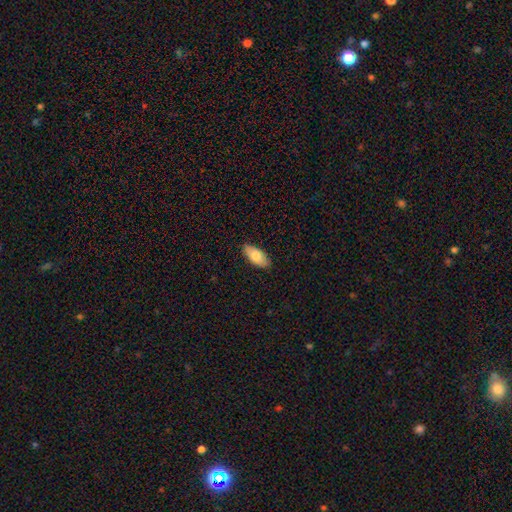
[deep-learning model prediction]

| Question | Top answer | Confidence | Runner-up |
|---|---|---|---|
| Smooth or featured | smooth | 81% | featured or disk (13%) |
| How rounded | in between | 90% | cigar-shaped (8%) |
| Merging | none | 88% | minor disturbance (10%) |